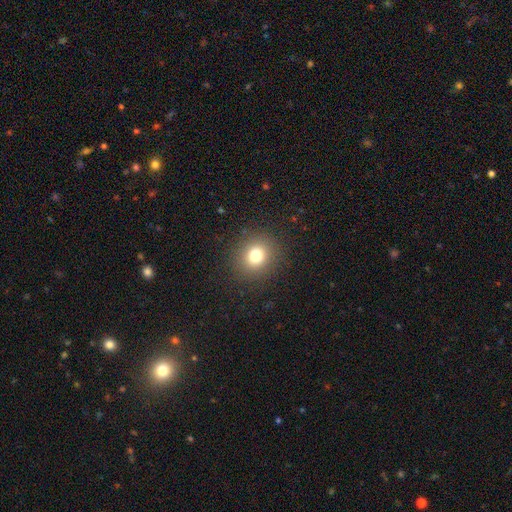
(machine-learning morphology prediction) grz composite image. It shows a smooth galaxy with no disk features (77%) that is round (84%). Merging: none (89%).